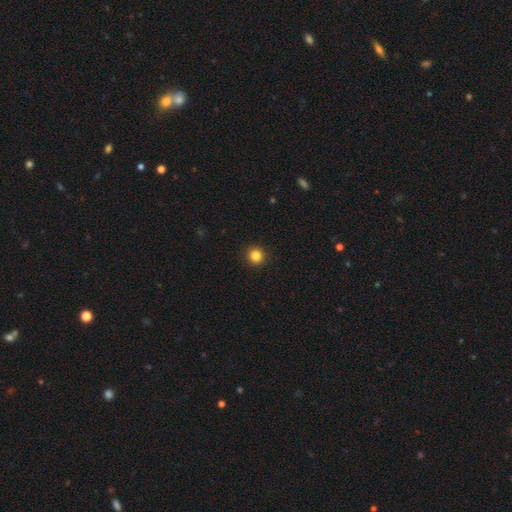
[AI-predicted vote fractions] This appears to be a smooth galaxy with no disk features (84%) that is round (93%). Merging: none (93%).